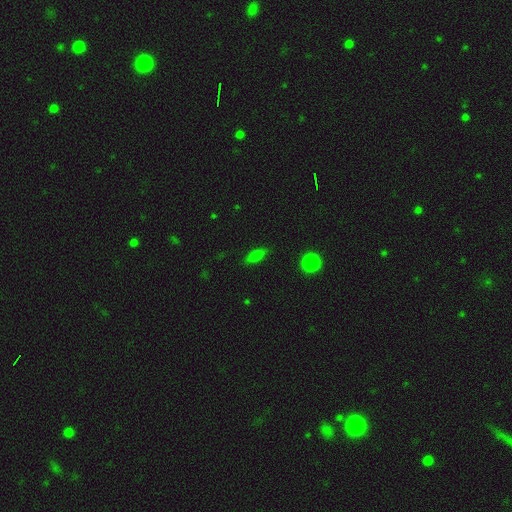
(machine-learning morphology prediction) The model was most divided on "how rounded": in between: 66%, cigar-shaped: 29%, round: 5%. More confident: merging — none (83%); smooth or featured — smooth (75%).